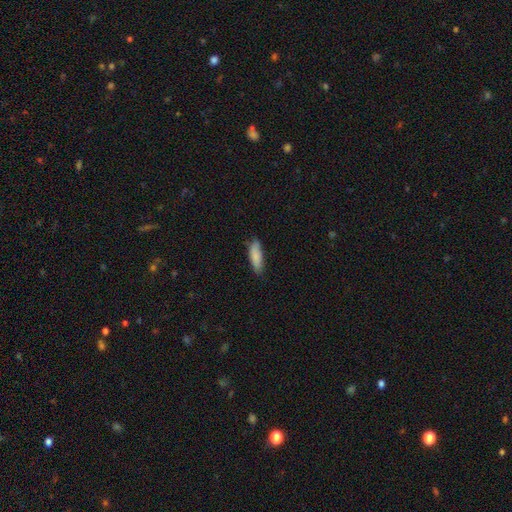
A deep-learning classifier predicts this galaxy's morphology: type=smooth (83%); roundness=in between (58%); merging=none (74%).